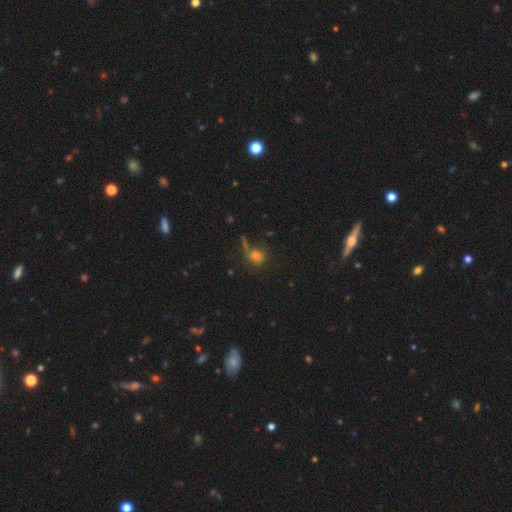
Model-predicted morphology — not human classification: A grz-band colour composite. It shows a smooth galaxy with no disk features (62%) that is round (72%). Merging: none (52%).